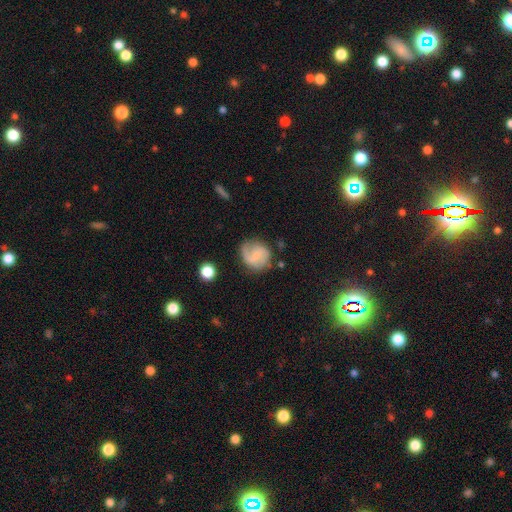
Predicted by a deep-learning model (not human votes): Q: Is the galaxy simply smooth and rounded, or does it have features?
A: featured or disk — 56%.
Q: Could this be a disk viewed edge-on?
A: no — 98%.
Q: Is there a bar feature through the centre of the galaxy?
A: weak — 48%.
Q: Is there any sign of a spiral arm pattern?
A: yes — 89%.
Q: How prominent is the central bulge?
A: none — 45%.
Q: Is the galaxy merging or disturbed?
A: none — 66%.